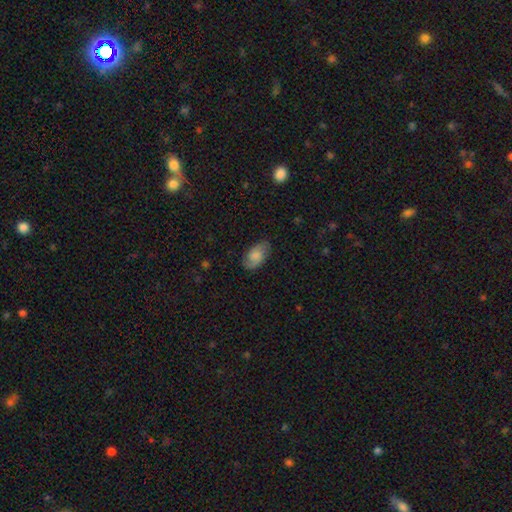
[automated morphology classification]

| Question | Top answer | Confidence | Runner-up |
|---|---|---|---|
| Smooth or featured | smooth | 51% | featured or disk (41%) |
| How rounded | in between | 92% | round (6%) |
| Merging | none | 77% | minor disturbance (17%) |